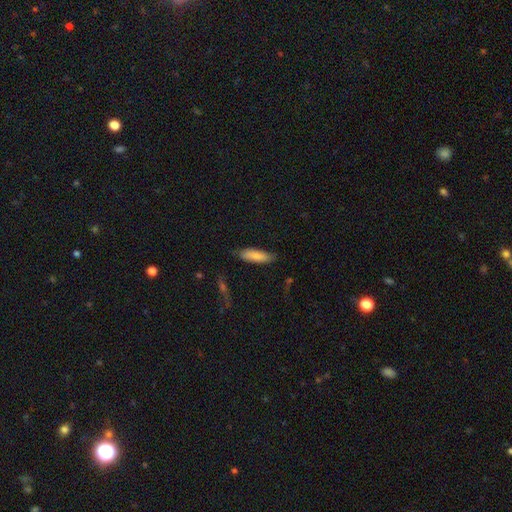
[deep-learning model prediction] smooth-or-featured: smooth: 79% | featured or disk: 15% | star or artifact: 6%
  how-rounded: cigar-shaped: 57% | in between: 41% | round: 2%
  merging: none: 76% | minor disturbance: 18% | major disturbance: 4% | merger: 2%